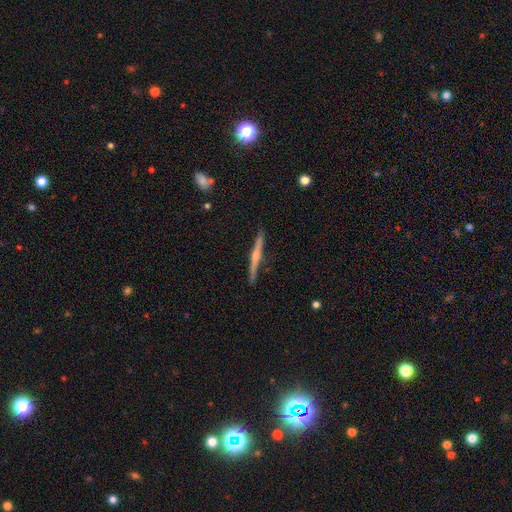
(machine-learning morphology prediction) smooth_or_featured: featured or disk (p=0.76) [alt: smooth p=0.18]
disk_edge_on: yes (p=0.98) [alt: no p=0.02]
edge_on_bulge: rounded (p=0.80) [alt: none p=0.13]
merging: none (p=0.90) [alt: minor disturbance p=0.08]